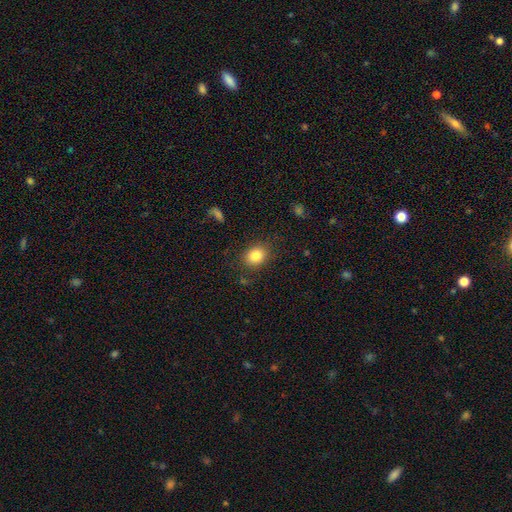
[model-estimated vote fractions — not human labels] smooth-or-featured: smooth: 84% | star or artifact: 10% | featured or disk: 6%
  how-rounded: round: 52% | in between: 47% | cigar-shaped: 1%
  merging: none: 84% | minor disturbance: 11% | major disturbance: 4% | merger: 2%